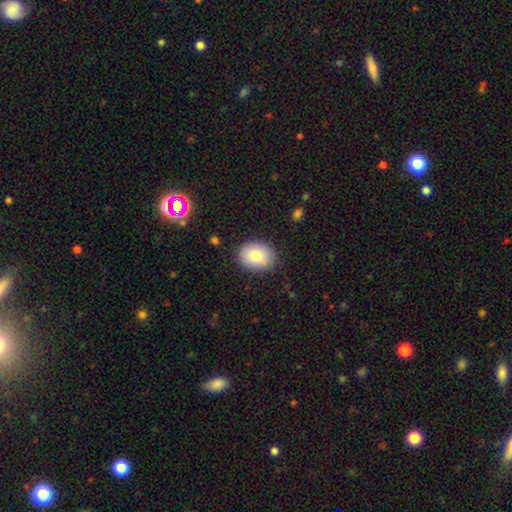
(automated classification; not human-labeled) Smooth or featured: smooth — 79% (featured or disk — 13%)
How rounded: in between — 60% (round — 39%)
Merging: none — 83% (minor disturbance — 13%)